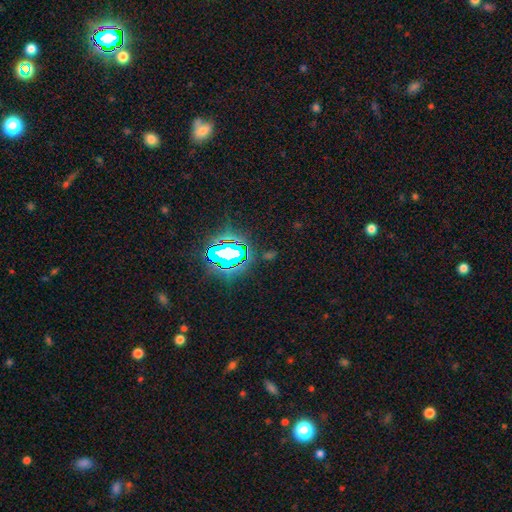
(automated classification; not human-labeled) Q: Smooth or featured?
A: star or artifact (80%); runner-up: smooth (12%)